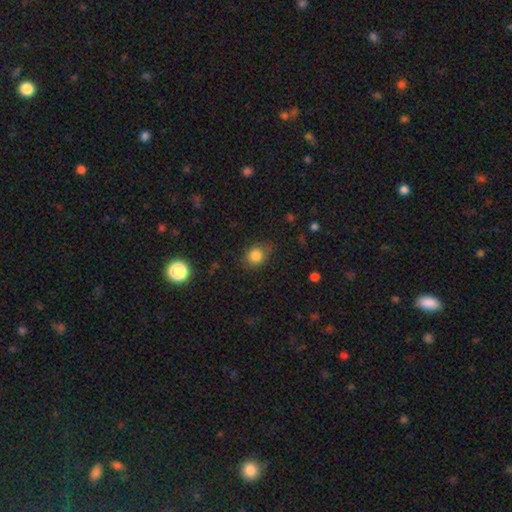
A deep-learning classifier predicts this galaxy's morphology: type=smooth (82%); roundness=round (66%); merging=none (74%).